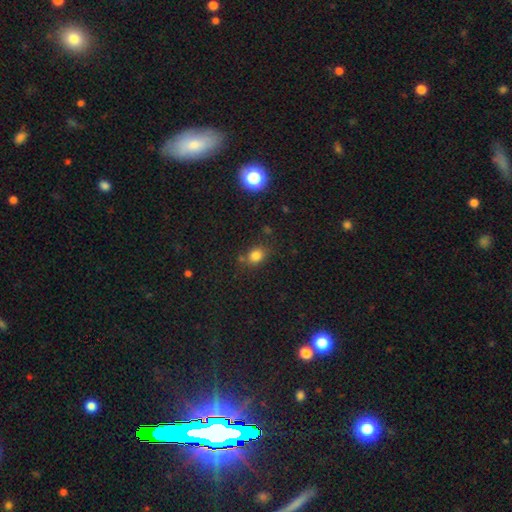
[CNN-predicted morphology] A smooth galaxy with no disk features (79%) that is round (50%). Merging: none (71%).